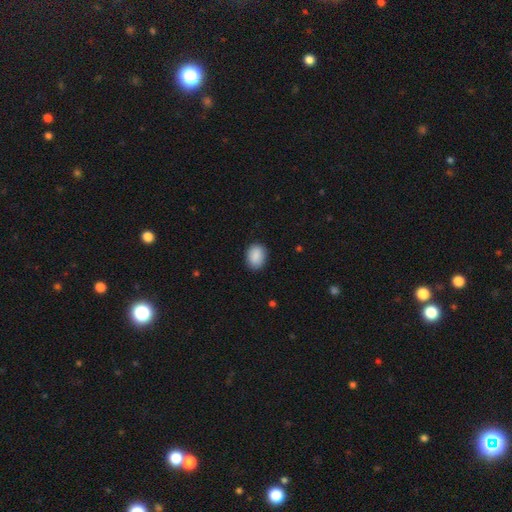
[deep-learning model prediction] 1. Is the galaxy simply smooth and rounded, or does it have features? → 89% smooth, 7% star or artifact, 4% featured or disk.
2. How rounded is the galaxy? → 71% in between, 28% round, 1% cigar-shaped.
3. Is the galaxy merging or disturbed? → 87% none, 10% minor disturbance, 2% major disturbance, 1% merger.